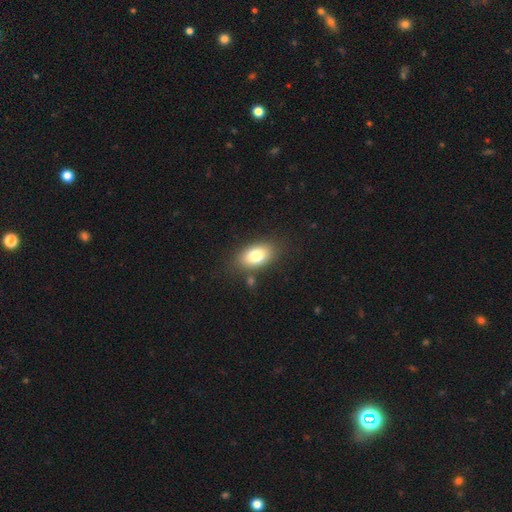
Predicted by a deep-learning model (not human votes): The model was most divided on "smooth or featured": smooth: 78%, featured or disk: 13%, star or artifact: 9%. More confident: how rounded — in between (87%); merging — none (79%).